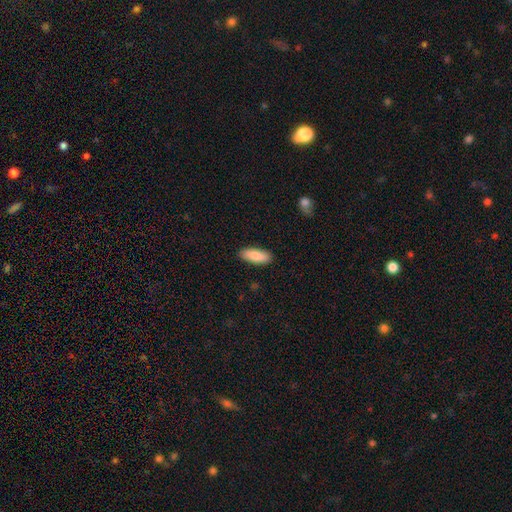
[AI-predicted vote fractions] Smooth or featured?
  - smooth: 88% *
  - featured or disk: 6%
  - star or artifact: 6%
How rounded?
  - in between: 74% *
  - cigar-shaped: 24%
  - round: 2%
Merging?
  - none: 89% *
  - minor disturbance: 8%
  - major disturbance: 2%
  - merger: 1%